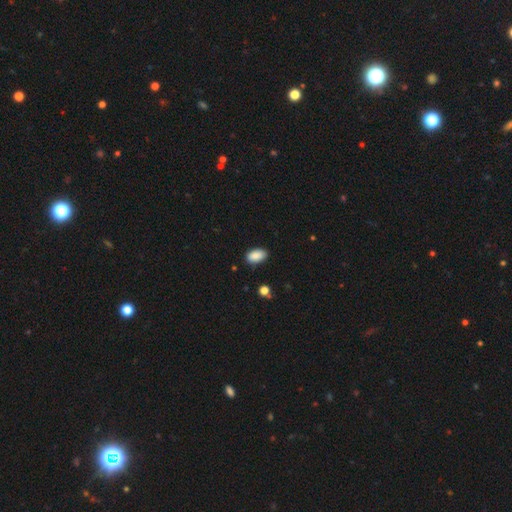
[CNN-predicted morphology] The model was most divided on "merging": none: 84%, minor disturbance: 13%, major disturbance: 2%, merger: 1%. More confident: how rounded — in between (94%); smooth or featured — smooth (88%).